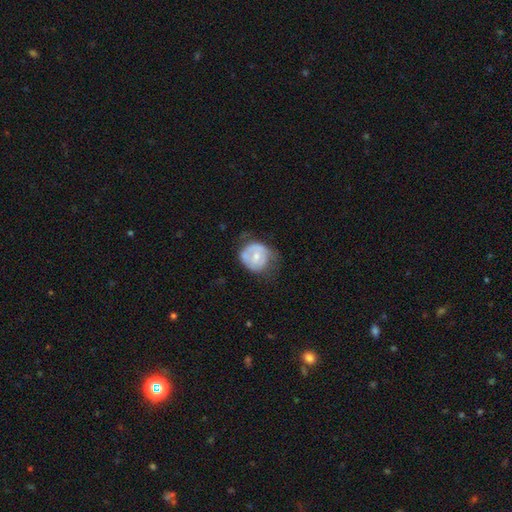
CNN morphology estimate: Overall: smooth (48%; featured or disk 46%). Merging: none (41%; minor disturbance 36%).